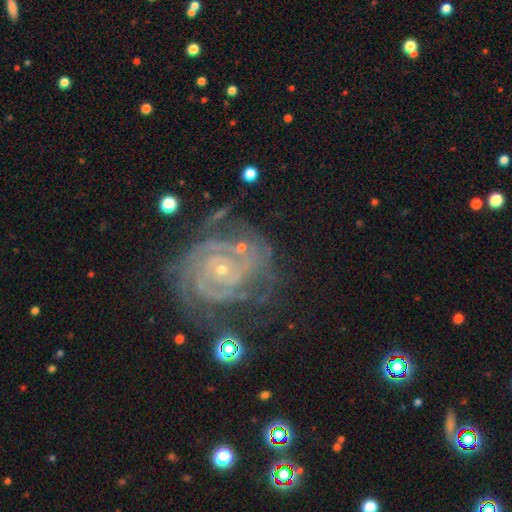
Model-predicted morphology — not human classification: A featured or disk galaxy (89%) with no bar (75%), 2 (30%) tight (80%) spiral arms (97%) and a small central bulge (81%). Merging: none (59%).